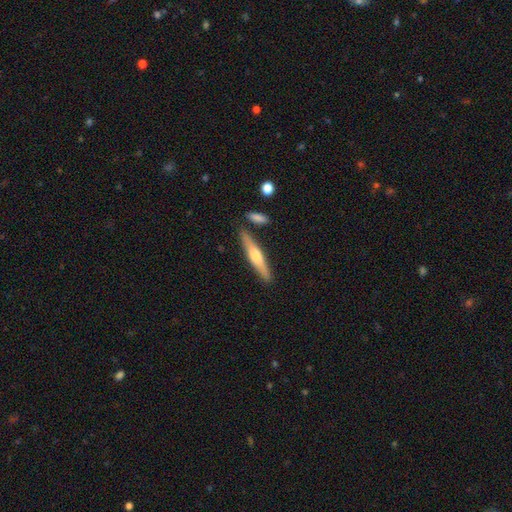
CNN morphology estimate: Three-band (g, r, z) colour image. It shows a featured or disk galaxy (51%) viewed edge-on (95%). Merging: none (84%).